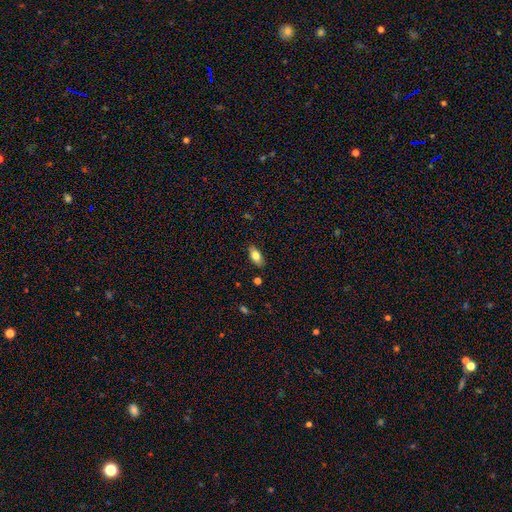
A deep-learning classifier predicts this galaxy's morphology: The model was most divided on "smooth or featured": smooth: 77%, featured or disk: 16%, star or artifact: 7%. More confident: how rounded — in between (88%); merging — none (86%).